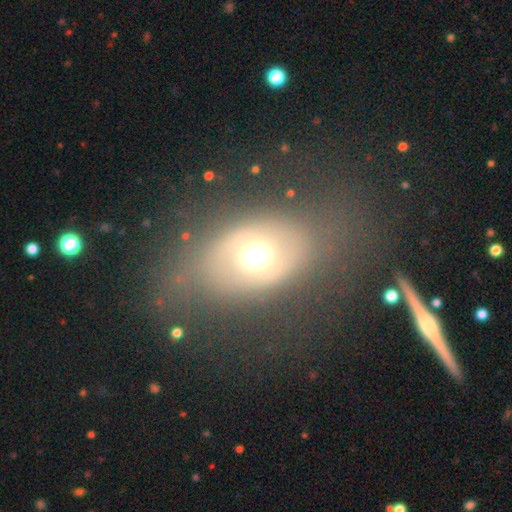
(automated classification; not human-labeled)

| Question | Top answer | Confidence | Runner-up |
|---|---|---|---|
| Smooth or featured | smooth | 48% | featured or disk (37%) |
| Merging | none | 70% | major disturbance (14%) |